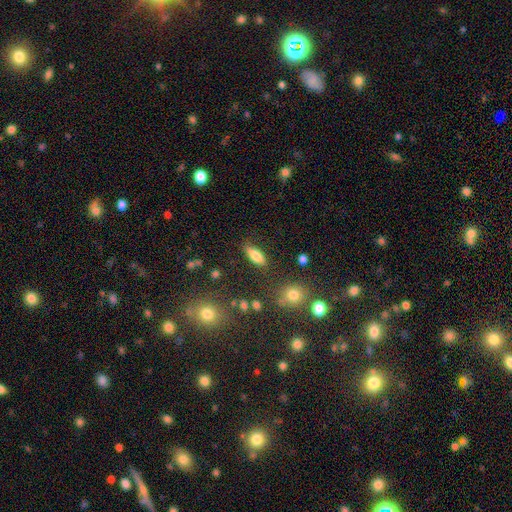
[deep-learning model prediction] smooth-or-featured: smooth: 77% | featured or disk: 15% | star or artifact: 8%
  how-rounded: in between: 74% | cigar-shaped: 23% | round: 3%
  merging: none: 81% | minor disturbance: 12% | major disturbance: 3% | merger: 3%